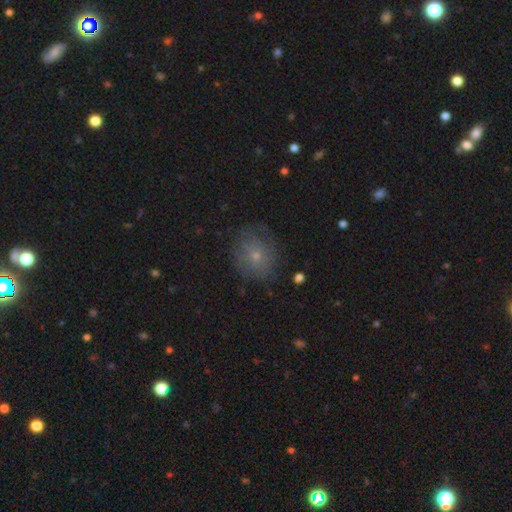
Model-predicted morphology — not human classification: Smooth or featured? smooth (62%)
How rounded? round (74%)
Merging? none (71%)